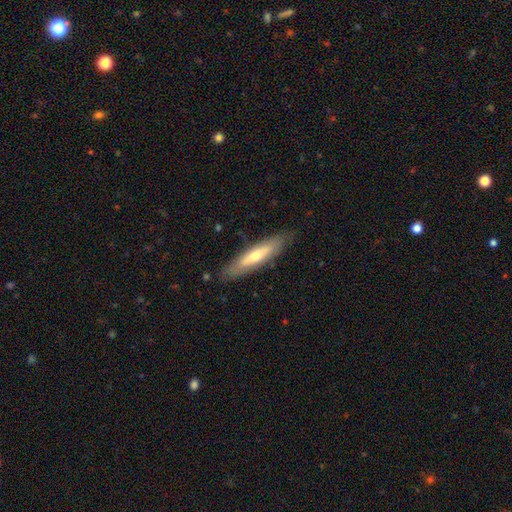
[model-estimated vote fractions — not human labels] smooth_or_featured: smooth (p=0.50) [alt: featured or disk p=0.44]
how_rounded: cigar-shaped (p=0.79) [alt: in between p=0.19]
merging: none (p=0.84) [alt: minor disturbance p=0.12]